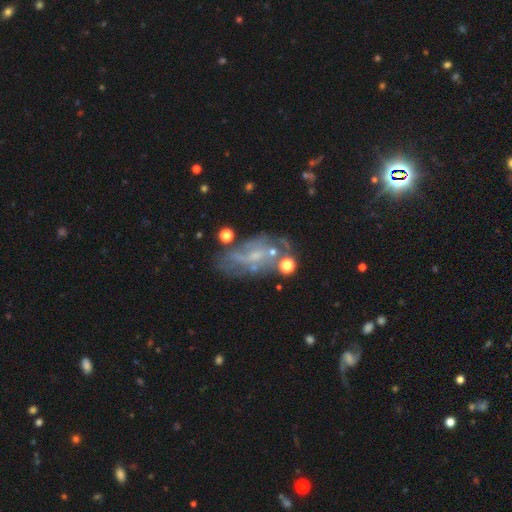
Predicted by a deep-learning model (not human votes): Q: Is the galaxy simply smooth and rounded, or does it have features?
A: featured or disk — 66%.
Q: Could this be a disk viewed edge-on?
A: no — 92%.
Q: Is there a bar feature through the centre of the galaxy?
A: no — 54%.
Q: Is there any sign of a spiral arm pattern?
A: yes — 62%.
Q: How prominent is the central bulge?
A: small — 66%.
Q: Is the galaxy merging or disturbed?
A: none — 53%.